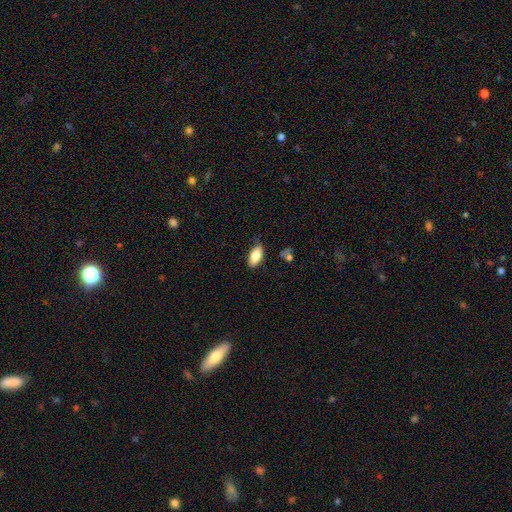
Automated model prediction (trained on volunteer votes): smooth-or-featured: smooth: 81% | featured or disk: 12% | star or artifact: 7%
  how-rounded: in between: 90% | cigar-shaped: 8% | round: 3%
  merging: none: 68% | minor disturbance: 24% | major disturbance: 5% | merger: 3%